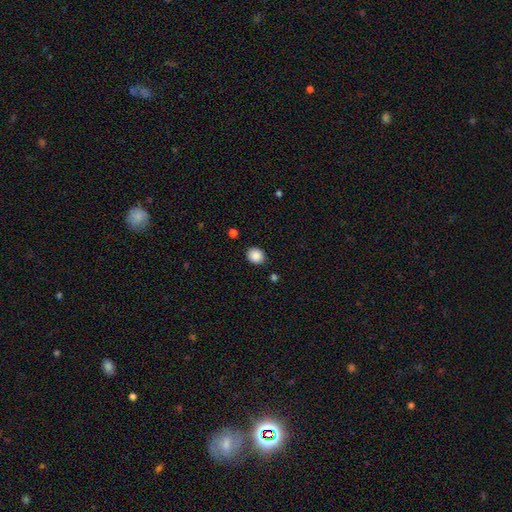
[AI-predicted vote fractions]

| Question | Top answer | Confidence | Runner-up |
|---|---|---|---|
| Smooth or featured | smooth | 87% | star or artifact (9%) |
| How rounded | round | 68% | in between (31%) |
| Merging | none | 87% | minor disturbance (9%) |